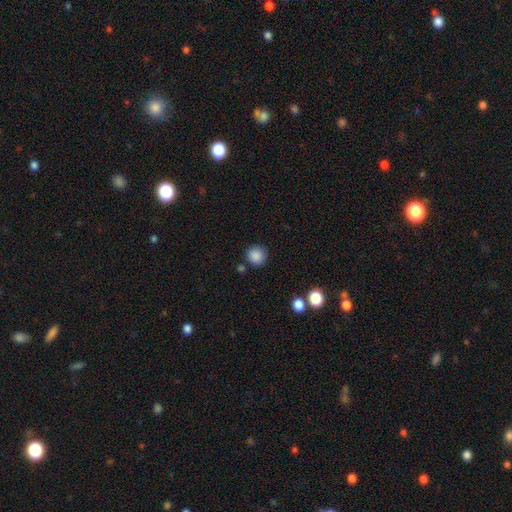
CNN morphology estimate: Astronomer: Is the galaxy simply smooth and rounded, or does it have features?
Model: smooth — 87%.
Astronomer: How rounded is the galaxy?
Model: round — 94%.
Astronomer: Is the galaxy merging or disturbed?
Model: none — 85%.